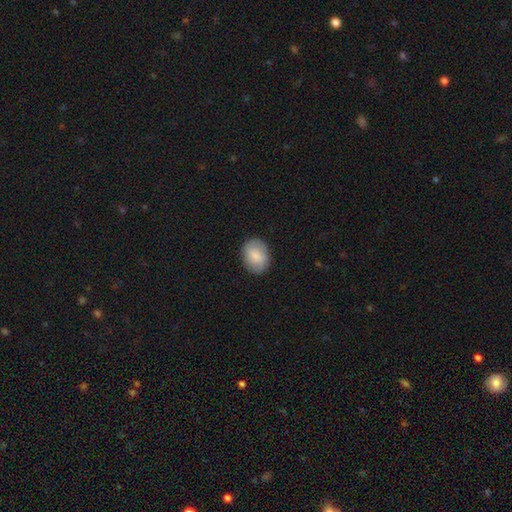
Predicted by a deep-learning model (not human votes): Morphology: type=smooth (81%); roundness=in between (70%); merging=none (84%).